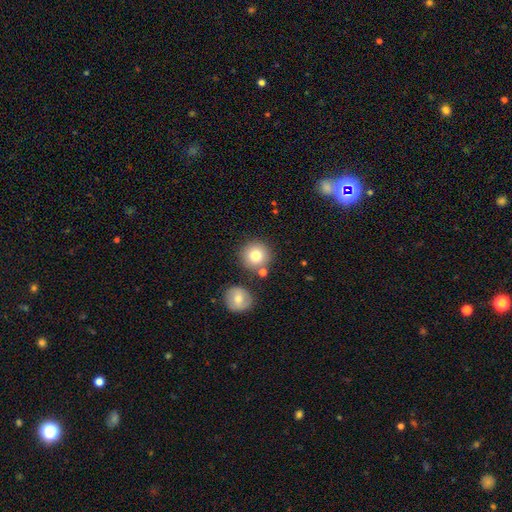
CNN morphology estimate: smooth-or-featured: smooth: 79% | featured or disk: 11% | star or artifact: 9%
  how-rounded: round: 94% | in between: 5% | cigar-shaped: 1%
  merging: none: 77% | merger: 11% | minor disturbance: 9% | major disturbance: 3%